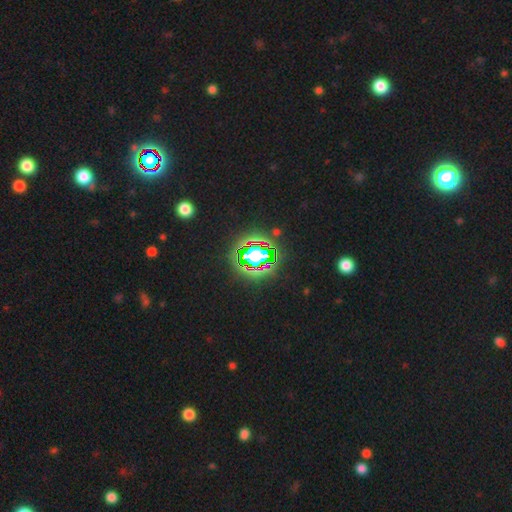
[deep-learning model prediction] A star or artifact, not a galaxy (71%).